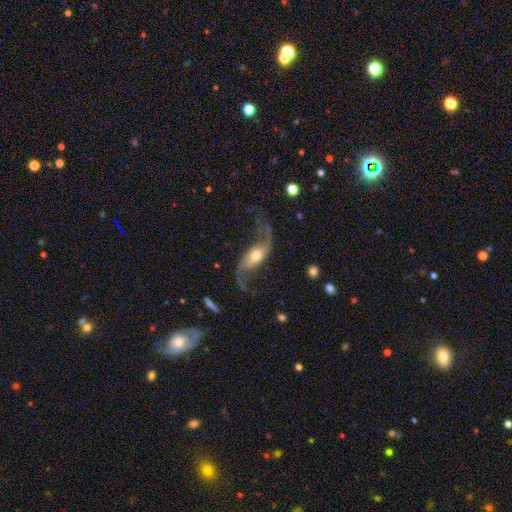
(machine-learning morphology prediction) Overall: featured or disk (85%). Edge-on disk: no (92%). Bar: no (49%; weak 33%). Spiral arms: yes (95%). Spiral arm count: 2 (93%). Spiral winding: loose (89%). Bulge size: moderate (64%). Merging: none (65%).